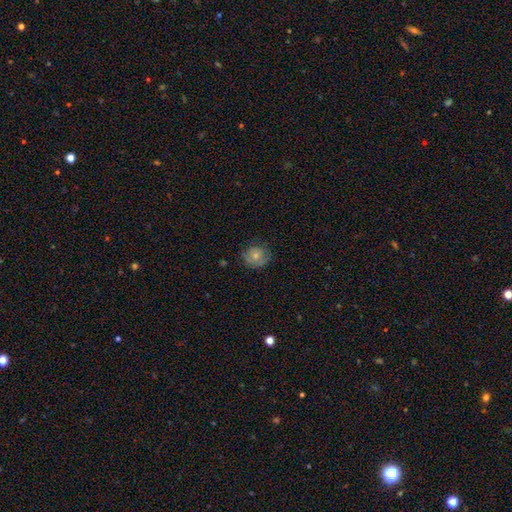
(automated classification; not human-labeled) Morphology: type=smooth (68%); roundness=round (80%); merging=none (69%).